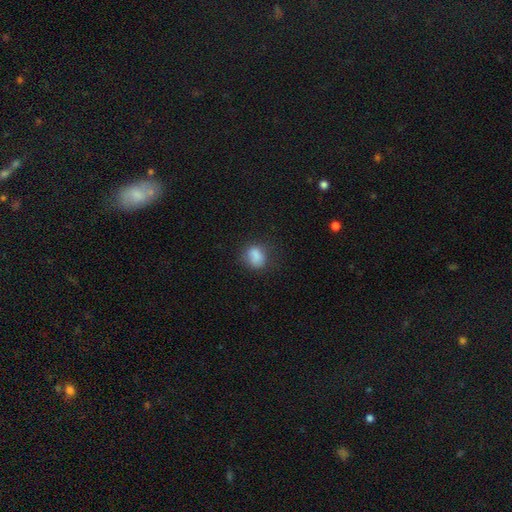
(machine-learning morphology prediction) smooth 82%, star or artifact 10%, featured or disk 7%. Down the decision tree: how rounded — round (50%); merging — none (62%).